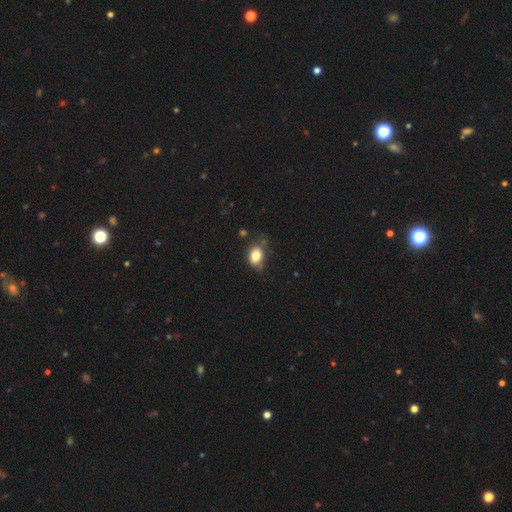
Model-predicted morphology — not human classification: A smooth galaxy with no disk features (82%) that is in between round and cigar-shaped (71%).

Vote fractions:
- Smooth or featured? smooth: 82% / star or artifact: 9% / featured or disk: 9%
- How rounded? in between: 71% / round: 27% / cigar-shaped: 1%
- Merging? none: 61% / minor disturbance: 28% / major disturbance: 8% / merger: 3%